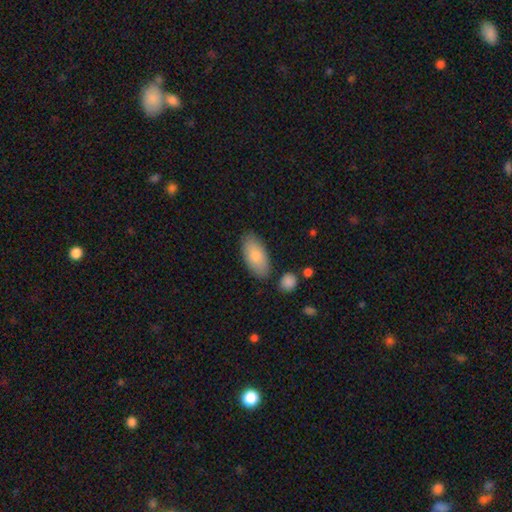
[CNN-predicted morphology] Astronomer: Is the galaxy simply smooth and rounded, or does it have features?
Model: smooth — 81%.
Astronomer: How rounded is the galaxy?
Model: in between — 93%.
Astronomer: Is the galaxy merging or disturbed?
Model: none — 81%.